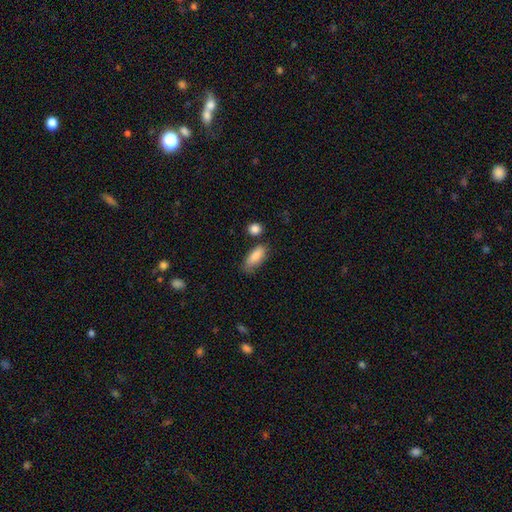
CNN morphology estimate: smooth_or_featured: smooth (p=0.86) [alt: featured or disk p=0.07]
how_rounded: in between (p=0.79) [alt: cigar-shaped p=0.19]
merging: none (p=0.61) [alt: minor disturbance p=0.26]